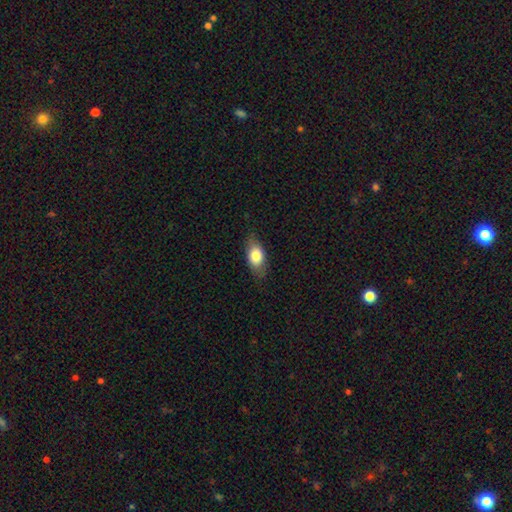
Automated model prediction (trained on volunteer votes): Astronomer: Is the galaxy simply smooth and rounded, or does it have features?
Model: smooth — 79%.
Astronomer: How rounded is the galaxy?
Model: in between — 86%.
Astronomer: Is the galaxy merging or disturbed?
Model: none — 80%.